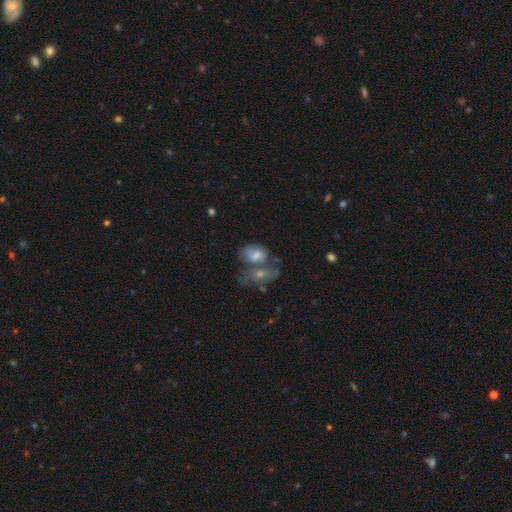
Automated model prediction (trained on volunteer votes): A smooth galaxy with no disk features (52%) that is in between round and cigar-shaped (80%).

Vote fractions:
- Smooth or featured? smooth: 52% / featured or disk: 35% / star or artifact: 13%
- How rounded? in between: 80% / round: 17% / cigar-shaped: 3%
- Merging? merger: 50% / none: 27% / minor disturbance: 13% / major disturbance: 9%